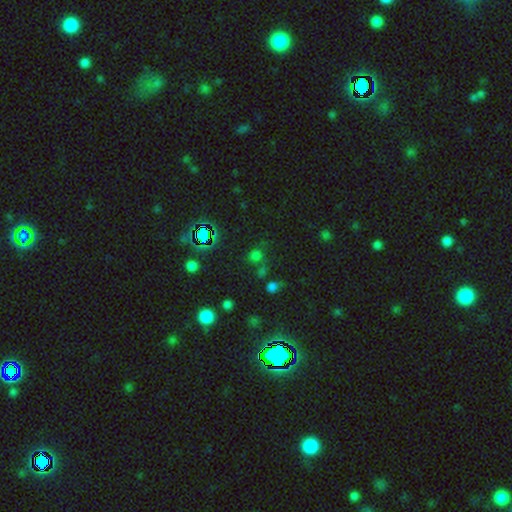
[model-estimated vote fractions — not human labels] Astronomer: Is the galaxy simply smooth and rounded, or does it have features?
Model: smooth — 51% (runner-up: star or artifact, 41%).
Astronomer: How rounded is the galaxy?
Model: round — 82%.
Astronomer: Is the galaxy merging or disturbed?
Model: none — 65%.